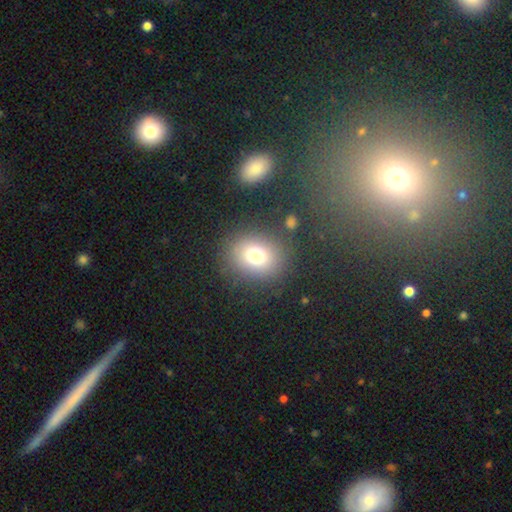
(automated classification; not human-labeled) A smooth galaxy with no disk features (73%) that is round (69%). Merging: none (80%).